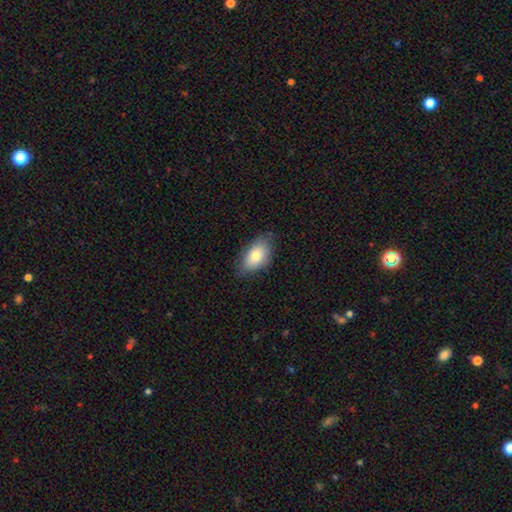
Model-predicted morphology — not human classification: A smooth galaxy with no disk features (78%) that is in between round and cigar-shaped (91%). Merging: none (75%).